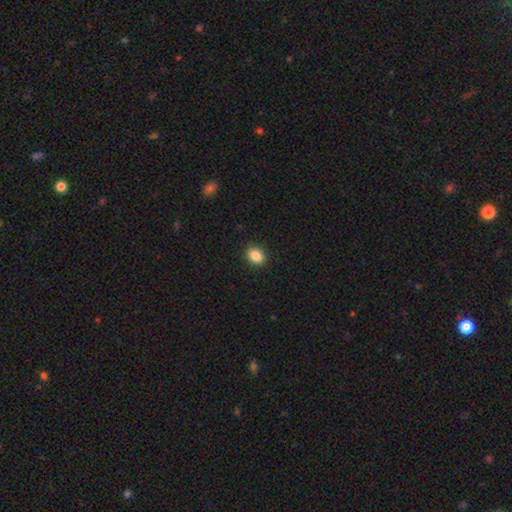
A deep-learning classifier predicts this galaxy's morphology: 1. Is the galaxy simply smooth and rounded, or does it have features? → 86% smooth, 9% star or artifact, 4% featured or disk.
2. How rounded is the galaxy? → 65% in between, 33% round, 1% cigar-shaped.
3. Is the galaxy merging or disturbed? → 89% none, 8% minor disturbance, 2% major disturbance, 1% merger.